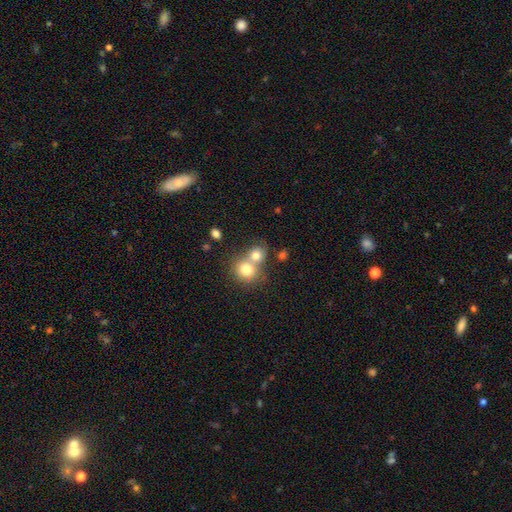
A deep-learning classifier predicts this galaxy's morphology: Smooth or featured: smooth — 76% (featured or disk — 13%)
How rounded: round — 76% (in between — 23%)
Merging: merger — 58% (none — 34%)